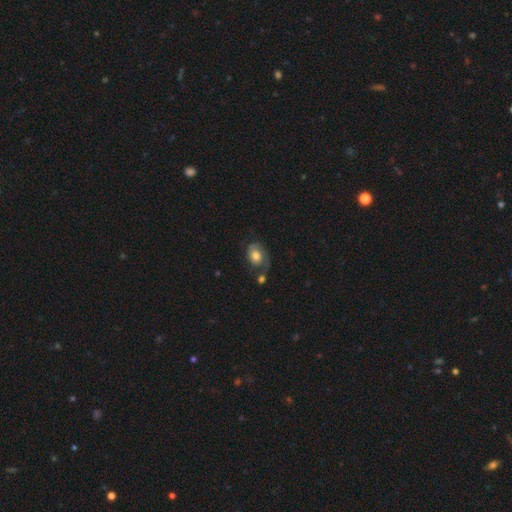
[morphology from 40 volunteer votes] Smooth or featured? smooth (57%)
How rounded? in between (74%)
Merging? none (33%)